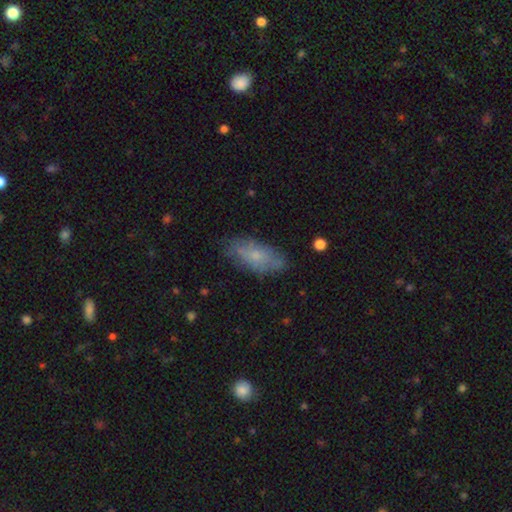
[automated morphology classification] Smooth or featured? smooth (61%)
How rounded? in between (83%)
Merging? none (73%)